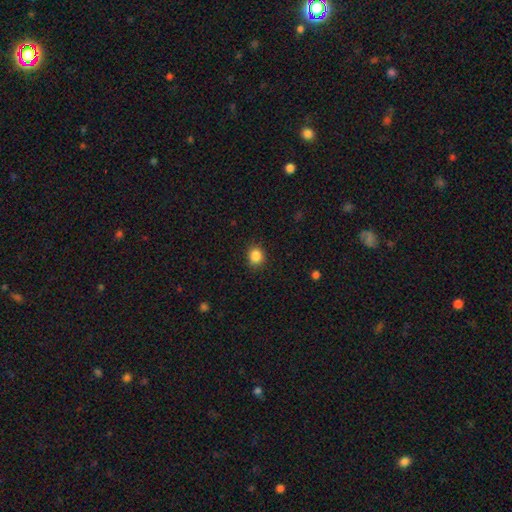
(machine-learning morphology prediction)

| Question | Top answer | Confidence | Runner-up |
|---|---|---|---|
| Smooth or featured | smooth | 86% | star or artifact (10%) |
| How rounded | round | 75% | in between (24%) |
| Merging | none | 86% | minor disturbance (10%) |